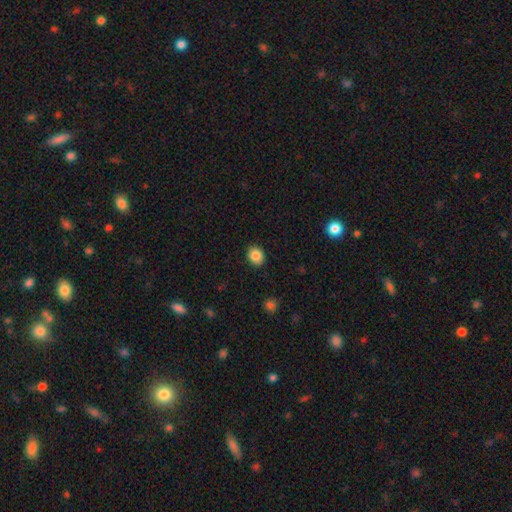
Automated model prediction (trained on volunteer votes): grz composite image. It shows a smooth galaxy with no disk features (86%) that is round (60%). Merging: none (90%).